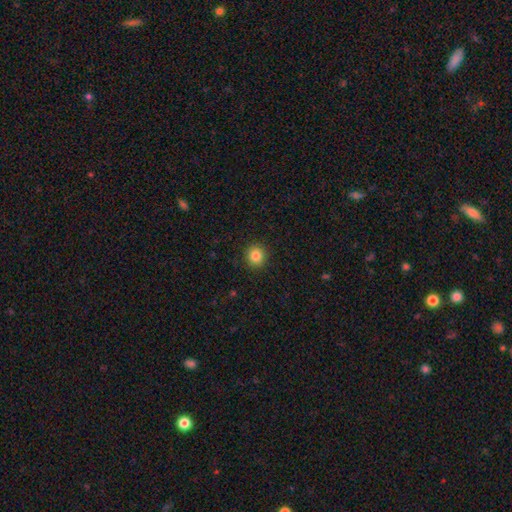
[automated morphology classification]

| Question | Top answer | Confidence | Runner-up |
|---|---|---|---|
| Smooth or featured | smooth | 84% | star or artifact (11%) |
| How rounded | round | 92% | in between (7%) |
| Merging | none | 92% | minor disturbance (5%) |